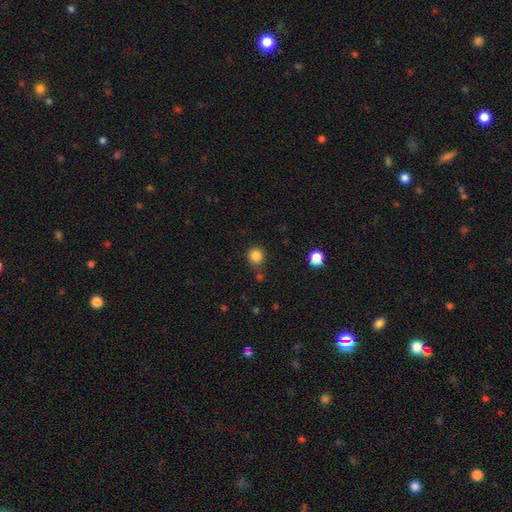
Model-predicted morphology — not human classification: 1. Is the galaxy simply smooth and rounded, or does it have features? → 85% smooth, 12% star or artifact, 4% featured or disk.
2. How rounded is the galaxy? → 91% round, 8% in between, 1% cigar-shaped.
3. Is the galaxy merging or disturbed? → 78% none, 12% minor disturbance, 7% merger, 3% major disturbance.